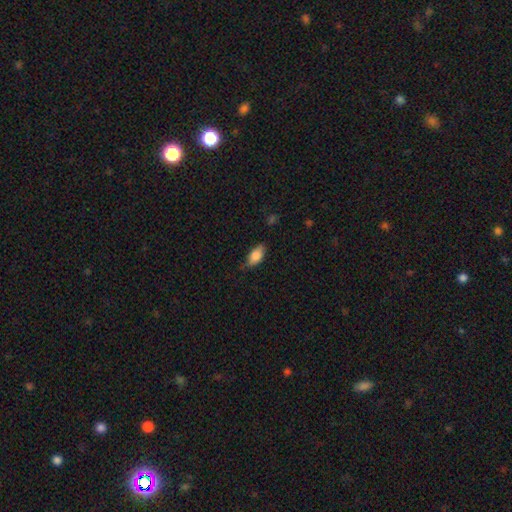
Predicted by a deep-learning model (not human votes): Smooth or featured? Predicted: smooth (p=0.84). How rounded? Predicted: in between (p=0.89). Merging? Predicted: none (p=0.72).